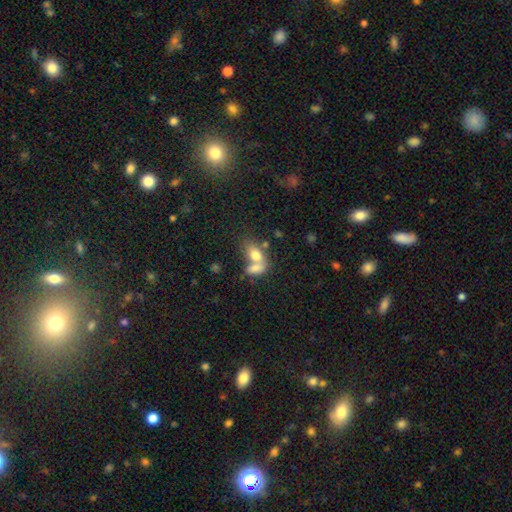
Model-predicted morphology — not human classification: Smooth or featured? smooth (75%)
How rounded? in between (83%)
Merging? merger (66%)